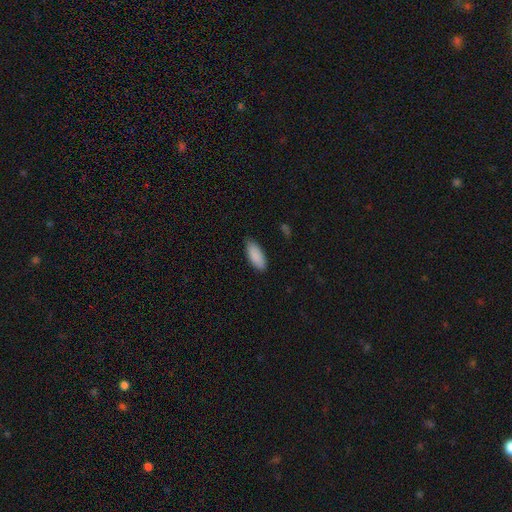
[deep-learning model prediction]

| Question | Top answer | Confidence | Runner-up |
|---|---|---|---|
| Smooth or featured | smooth | 90% | star or artifact (6%) |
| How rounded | in between | 84% | cigar-shaped (14%) |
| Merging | none | 83% | minor disturbance (14%) |